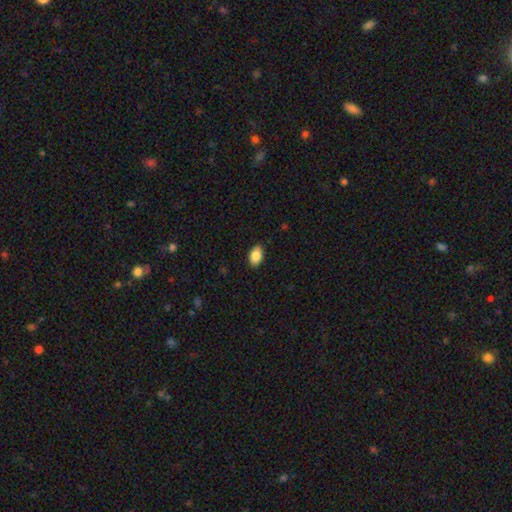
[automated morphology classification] Smooth or featured: smooth — 87% (star or artifact — 7%)
How rounded: in between — 90% (round — 8%)
Merging: none — 88% (minor disturbance — 10%)